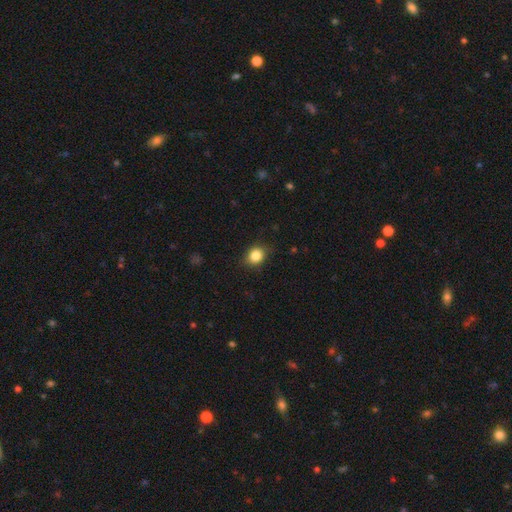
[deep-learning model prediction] smooth-or-featured: smooth: 84% | star or artifact: 10% | featured or disk: 6%
  how-rounded: round: 66% | in between: 33% | cigar-shaped: 1%
  merging: none: 82% | minor disturbance: 14% | major disturbance: 3% | merger: 1%